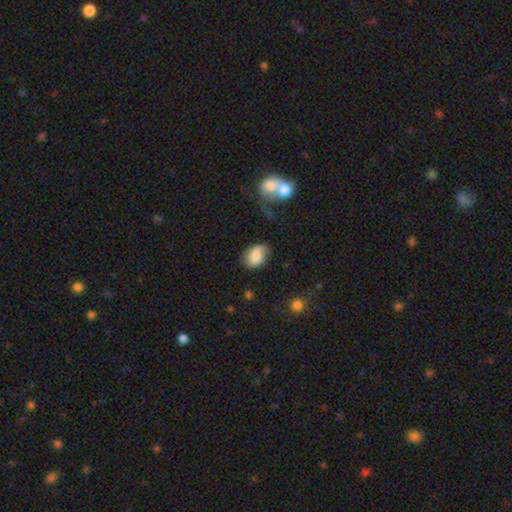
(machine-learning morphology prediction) smooth 76%, featured or disk 15%, star or artifact 8%. Down the decision tree: how rounded — in between (80%); merging — none (57%).